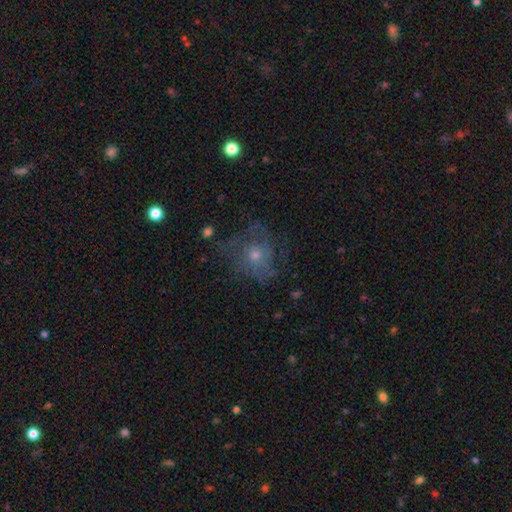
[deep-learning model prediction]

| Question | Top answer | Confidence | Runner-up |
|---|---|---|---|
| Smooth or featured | featured or disk | 50% | smooth (36%) |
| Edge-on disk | no | 97% | yes (3%) |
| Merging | none | 49% | major disturbance (27%) |